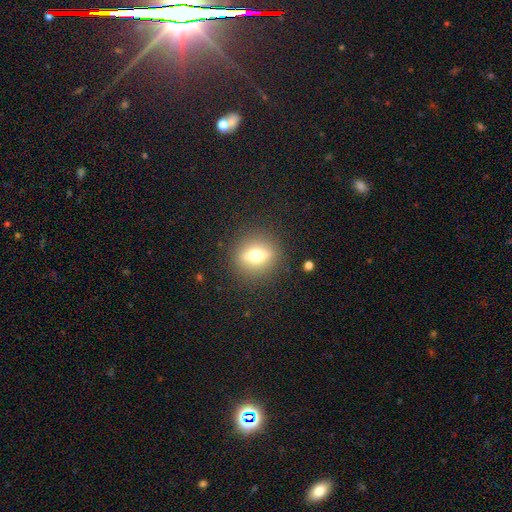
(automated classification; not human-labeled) This appears to be a smooth galaxy with no disk features (46%). Merging: none (87%).